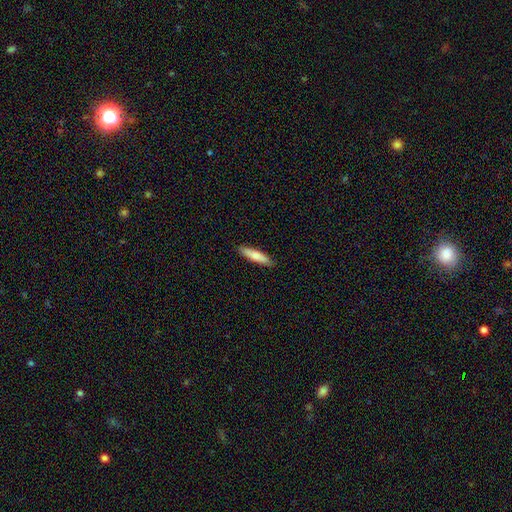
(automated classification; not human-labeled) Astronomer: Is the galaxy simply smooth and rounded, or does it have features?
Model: smooth — 73%.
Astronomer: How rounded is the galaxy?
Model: cigar-shaped — 80%.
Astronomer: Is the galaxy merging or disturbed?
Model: none — 89%.